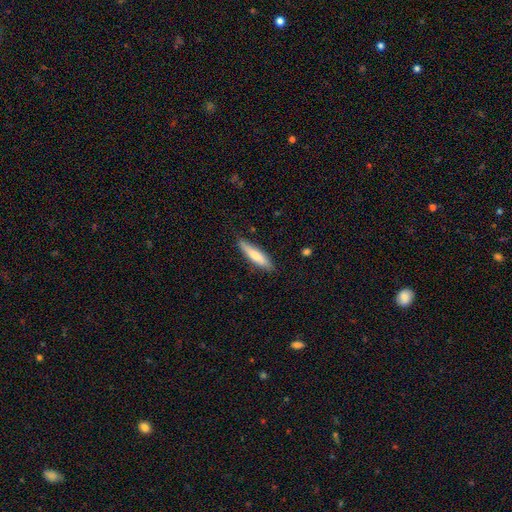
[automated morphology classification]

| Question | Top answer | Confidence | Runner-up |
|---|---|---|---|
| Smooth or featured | smooth | 72% | featured or disk (23%) |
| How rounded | cigar-shaped | 80% | in between (19%) |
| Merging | none | 82% | minor disturbance (14%) |